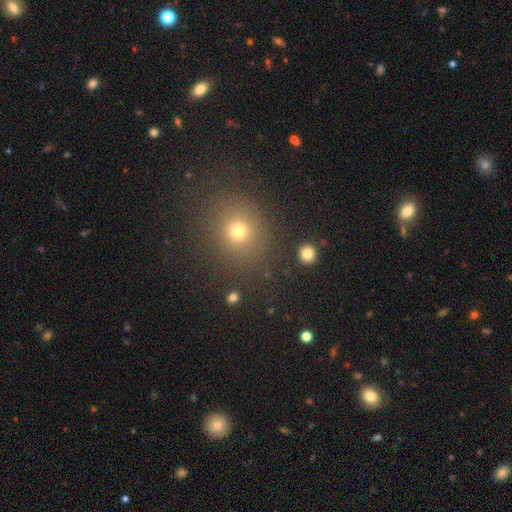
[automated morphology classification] Overall: smooth (61%; star or artifact 31%). How rounded: round (79%). Merging: none (88%).